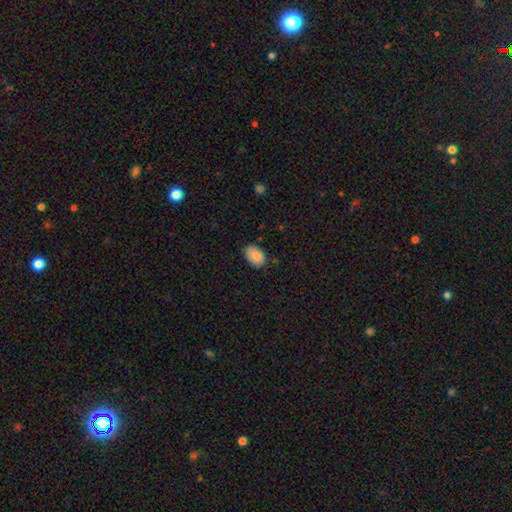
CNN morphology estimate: Smooth or featured?
  - smooth: 88% *
  - star or artifact: 7%
  - featured or disk: 5%
How rounded?
  - in between: 86% *
  - round: 12%
  - cigar-shaped: 1%
Merging?
  - none: 79% *
  - minor disturbance: 16%
  - major disturbance: 3%
  - merger: 1%